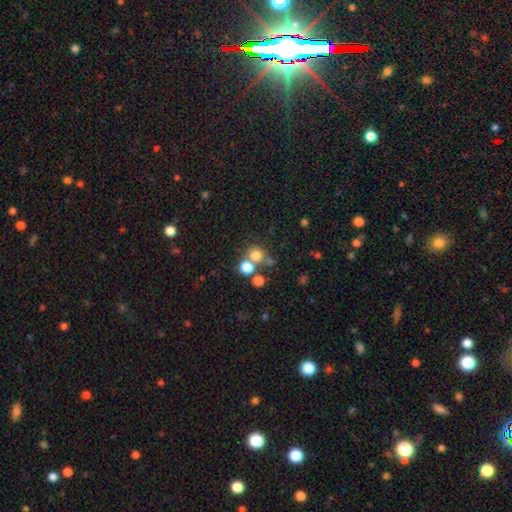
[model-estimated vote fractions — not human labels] Overall: smooth (73%). How rounded: round (90%). Merging: none (61%; merger 28%).